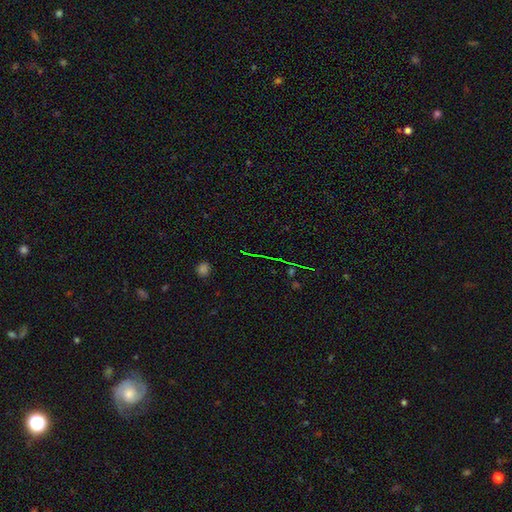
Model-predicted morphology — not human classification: This is likely a star or artifact rather than a galaxy (72%).